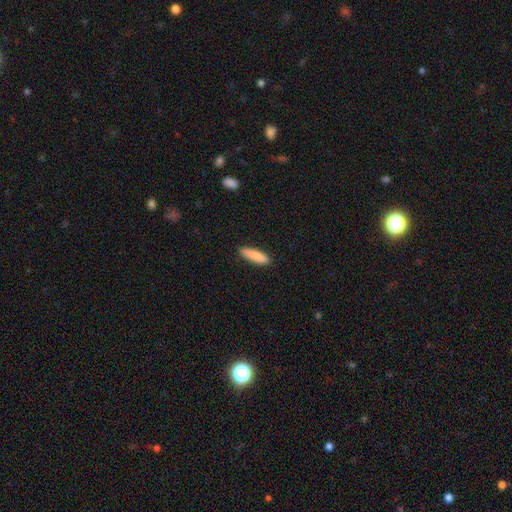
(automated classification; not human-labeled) smooth_or_featured: smooth (p=0.85) [alt: featured or disk p=0.09]
how_rounded: cigar-shaped (p=0.72) [alt: in between p=0.27]
merging: none (p=0.89) [alt: minor disturbance p=0.08]